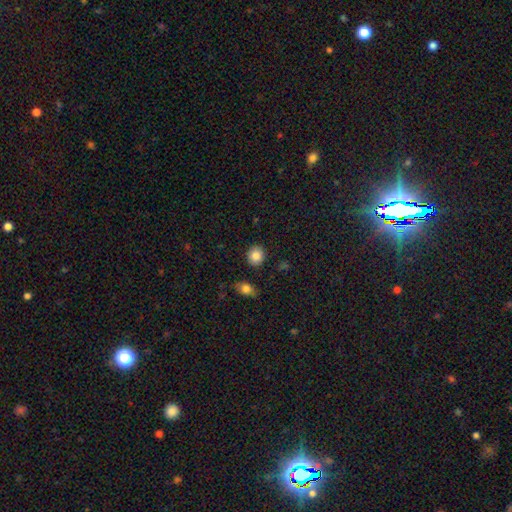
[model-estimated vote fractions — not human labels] Smooth or featured? smooth (86%)
How rounded? round (80%)
Merging? none (88%)